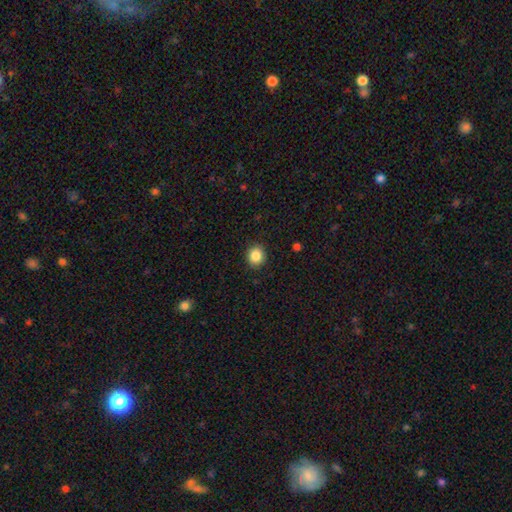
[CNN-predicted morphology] smooth 86%, star or artifact 10%, featured or disk 4%. Down the decision tree: how rounded — round (84%); merging — none (90%).